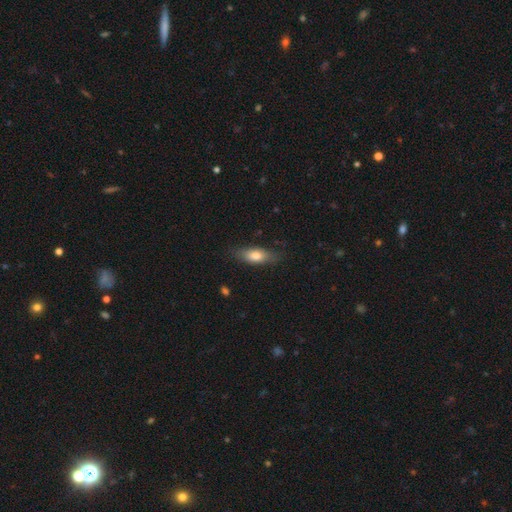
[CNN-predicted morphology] Smooth or featured: smooth — 75% (featured or disk — 18%)
How rounded: in between — 74% (cigar-shaped — 23%)
Merging: none — 76% (minor disturbance — 18%)